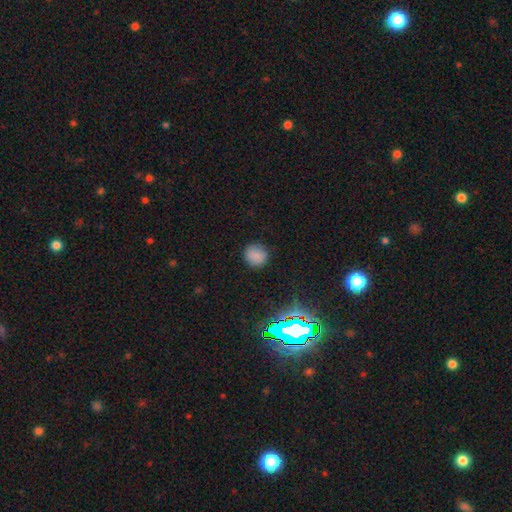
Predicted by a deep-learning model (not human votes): This is clearly a smooth galaxy (81%). How rounded: clearly round (87%). Merging: clearly none (87%).